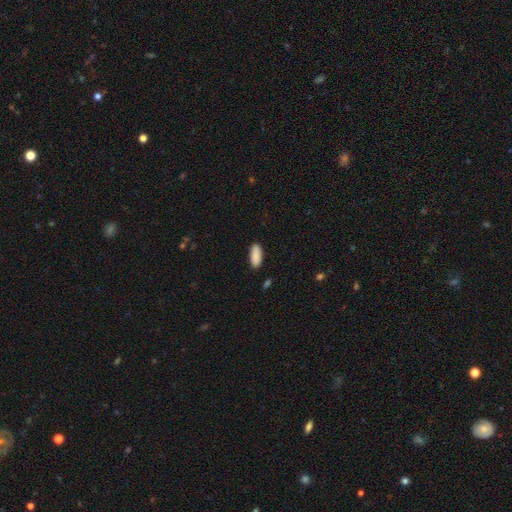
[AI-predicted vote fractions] This appears to be a smooth galaxy with no disk features (90%) that is in between round and cigar-shaped (76%). Merging: none (87%).